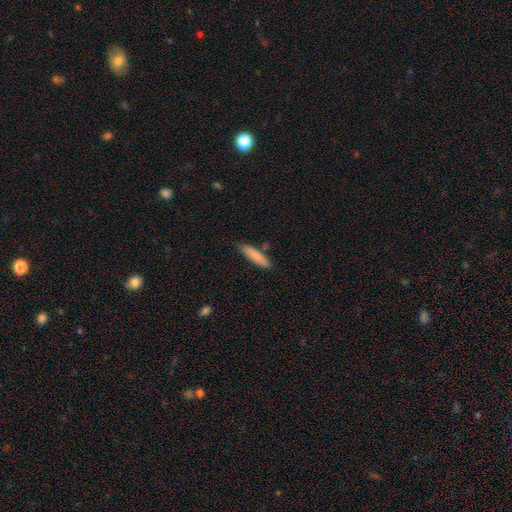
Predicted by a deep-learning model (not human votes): Morphology: type=smooth (82%); roundness=cigar-shaped (78%); merging=none (79%).